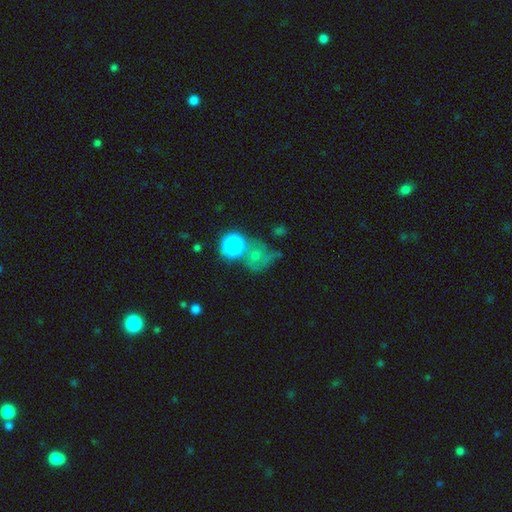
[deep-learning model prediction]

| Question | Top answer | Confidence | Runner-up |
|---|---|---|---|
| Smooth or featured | smooth | 57% | star or artifact (27%) |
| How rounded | round | 77% | in between (21%) |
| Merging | none | 43% | merger (20%) |